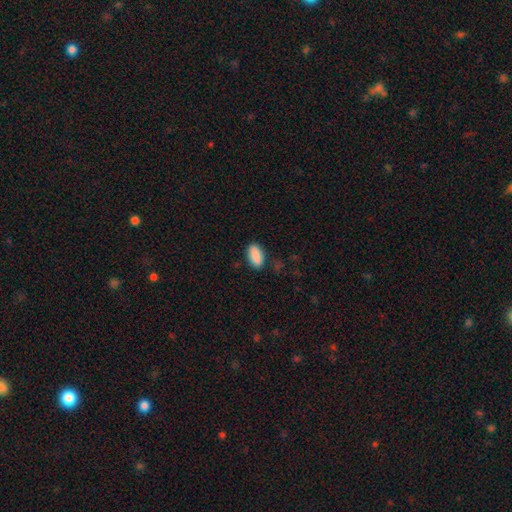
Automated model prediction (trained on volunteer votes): Smooth or featured? Predicted: smooth (p=0.90). How rounded? Predicted: in between (p=0.89). Merging? Predicted: none (p=0.84).